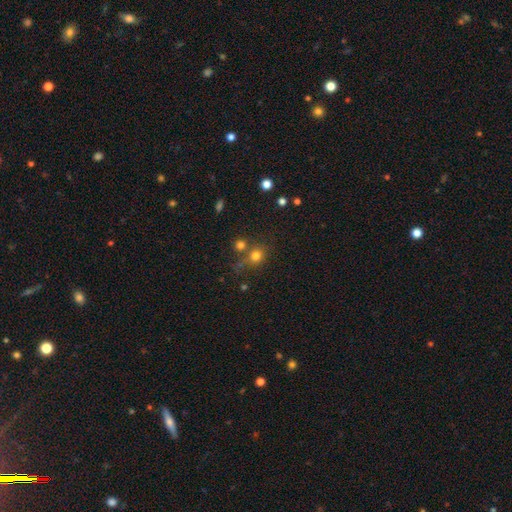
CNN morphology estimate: A smooth galaxy with no disk features (75%) that is round (83%).

Vote fractions:
- Smooth or featured? smooth: 75% / star or artifact: 16% / featured or disk: 9%
- How rounded? round: 83% / in between: 16% / cigar-shaped: 1%
- Merging? none: 59% / merger: 24% / minor disturbance: 12% / major disturbance: 6%